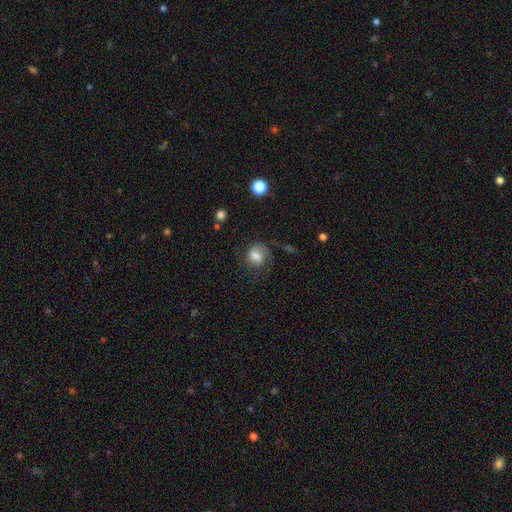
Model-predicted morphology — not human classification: Overall: smooth (61%; featured or disk 28%). How rounded: round (57%; in between 42%). Merging: none (54%; minor disturbance 23%).